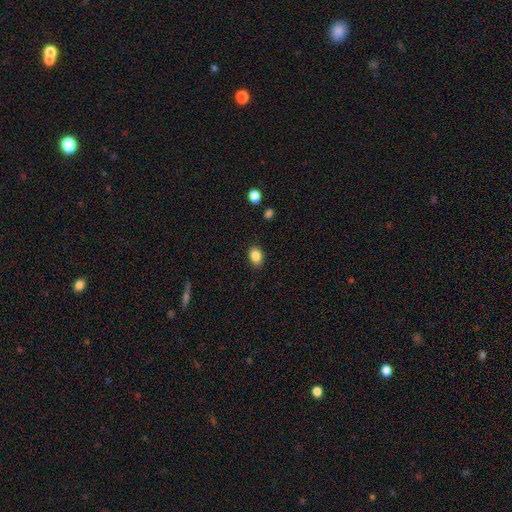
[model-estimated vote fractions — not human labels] Smooth or featured? smooth (86%)
How rounded? in between (69%)
Merging? none (86%)